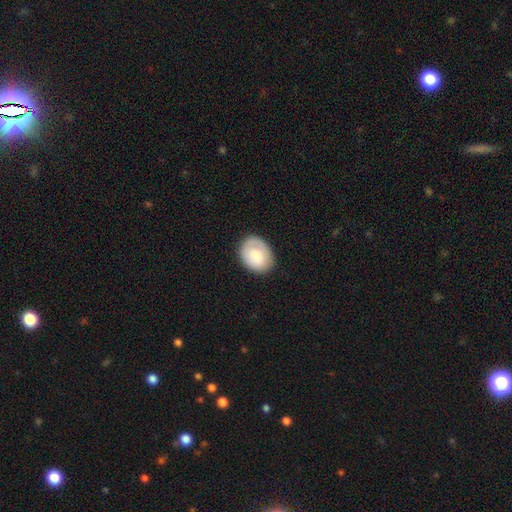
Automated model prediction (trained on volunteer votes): Overall: smooth (72%). How rounded: in between (64%; round 35%). Merging: none (77%).